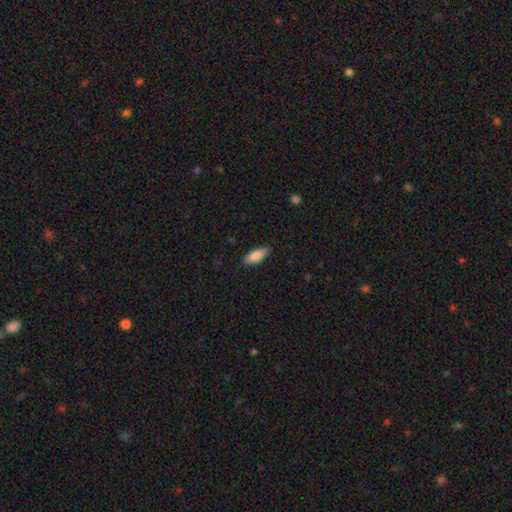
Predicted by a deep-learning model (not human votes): Smooth or featured? smooth (81%)
How rounded? in between (62%)
Merging? none (85%)